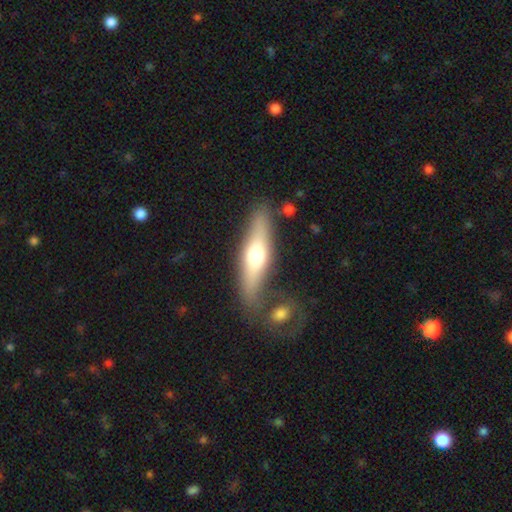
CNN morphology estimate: smooth-or-featured: smooth: 50% | featured or disk: 44% | star or artifact: 6%
  how-rounded: cigar-shaped: 70% | in between: 28% | round: 2%
  merging: none: 76% | minor disturbance: 13% | merger: 7% | major disturbance: 4%